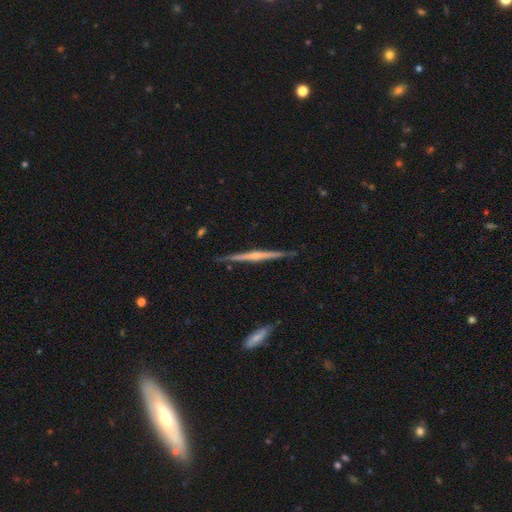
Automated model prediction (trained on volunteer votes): Overall: featured or disk (77%). Edge-on disk: yes (98%). Edge-on bulge: rounded (65%). Merging: none (89%).